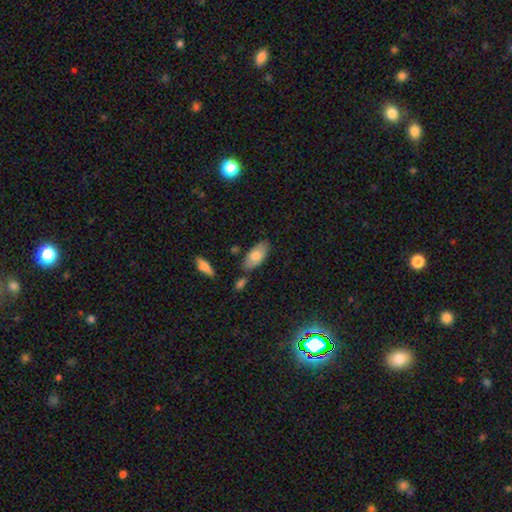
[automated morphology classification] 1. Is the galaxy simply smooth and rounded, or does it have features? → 76% smooth, 18% featured or disk, 6% star or artifact.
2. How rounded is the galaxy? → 91% in between, 6% cigar-shaped, 2% round.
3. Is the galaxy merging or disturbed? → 72% none, 18% minor disturbance, 7% merger, 4% major disturbance.